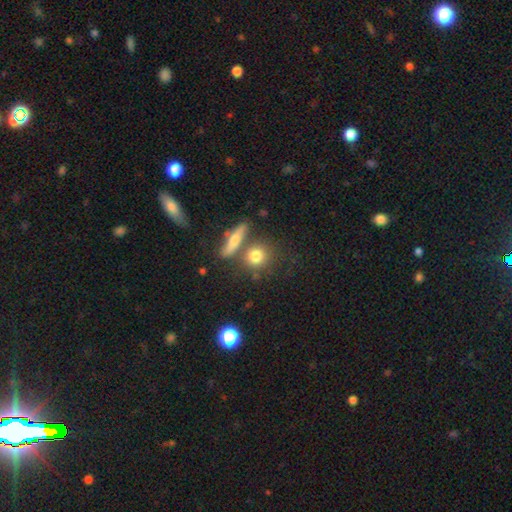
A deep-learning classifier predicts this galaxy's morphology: Smooth or featured? Predicted: smooth (p=0.76). How rounded? Predicted: round (p=0.75). Merging? Predicted: none (p=0.64).